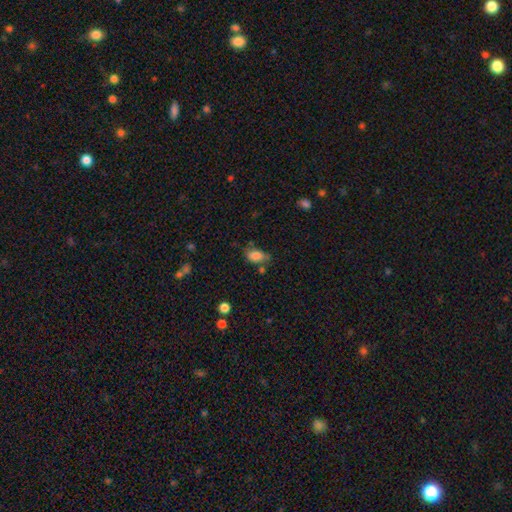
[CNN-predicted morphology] type=smooth (82%); roundness=in between (88%); merging=none (56%).